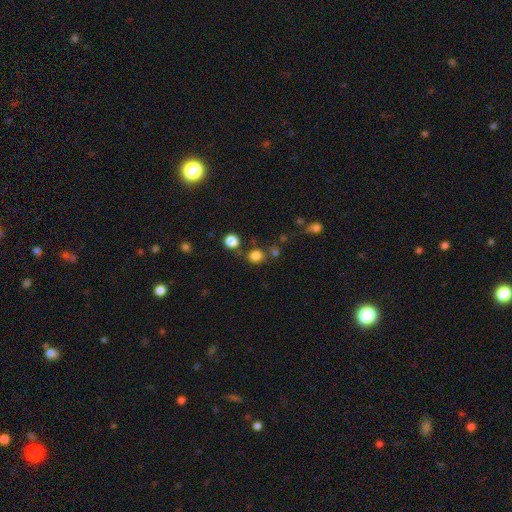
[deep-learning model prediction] smooth_or_featured: smooth (p=0.80) [alt: star or artifact p=0.16]
how_rounded: round (p=0.74) [alt: in between p=0.25]
merging: none (p=0.73) [alt: merger p=0.12]